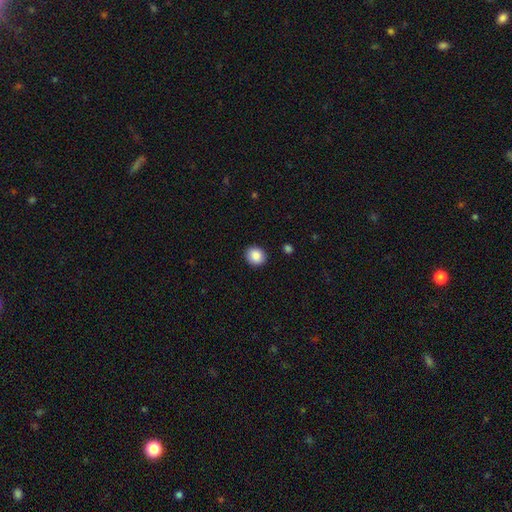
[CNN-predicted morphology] Smooth or featured?
  - smooth: 88% *
  - star or artifact: 8%
  - featured or disk: 4%
How rounded?
  - round: 79% *
  - in between: 20%
  - cigar-shaped: 1%
Merging?
  - none: 91% *
  - minor disturbance: 6%
  - major disturbance: 2%
  - merger: 1%